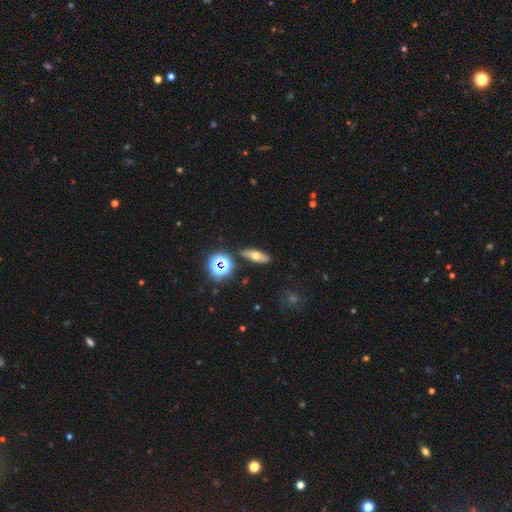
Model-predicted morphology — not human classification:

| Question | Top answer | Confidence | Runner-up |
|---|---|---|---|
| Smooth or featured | smooth | 57% | featured or disk (27%) |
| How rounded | in between | 57% | cigar-shaped (33%) |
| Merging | none | 87% | minor disturbance (8%) |